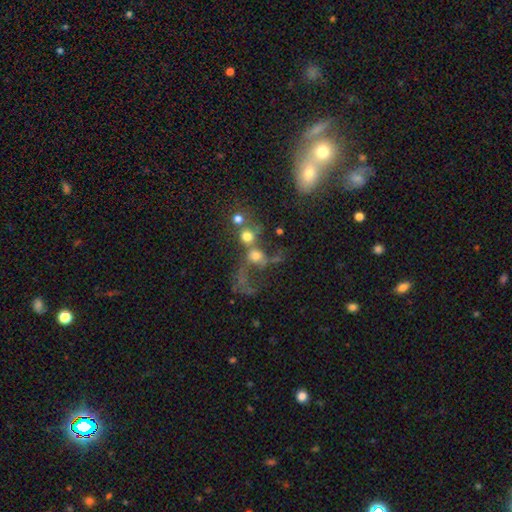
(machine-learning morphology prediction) A smooth galaxy with no disk features (51%) that is round (70%).

Vote fractions:
- Smooth or featured? smooth: 51% / featured or disk: 29% / star or artifact: 20%
- How rounded? round: 70% / in between: 28% / cigar-shaped: 2%
- Merging? merger: 53% / major disturbance: 21% / none: 20% / minor disturbance: 7%